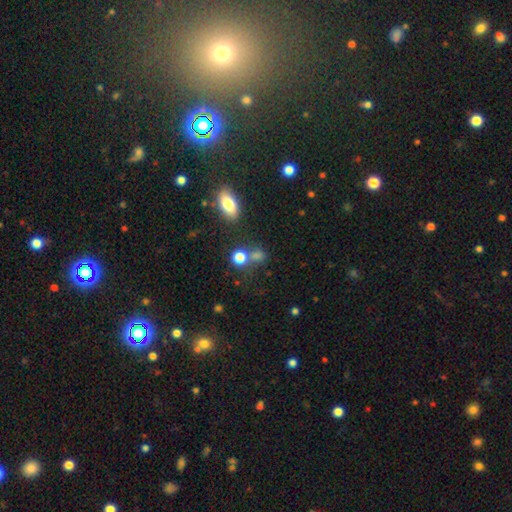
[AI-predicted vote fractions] smooth 67%, star or artifact 24%, featured or disk 9%. Down the decision tree: how rounded — round (67%); merging — none (57%).